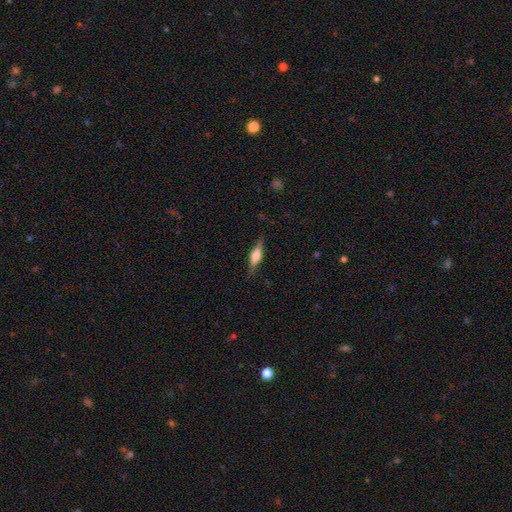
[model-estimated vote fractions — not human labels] Smooth or featured? Predicted: featured or disk (p=0.60). Edge-on disk? Predicted: yes (p=0.96). Edge-on bulge? Predicted: rounded (p=0.77). Merging? Predicted: none (p=0.84).